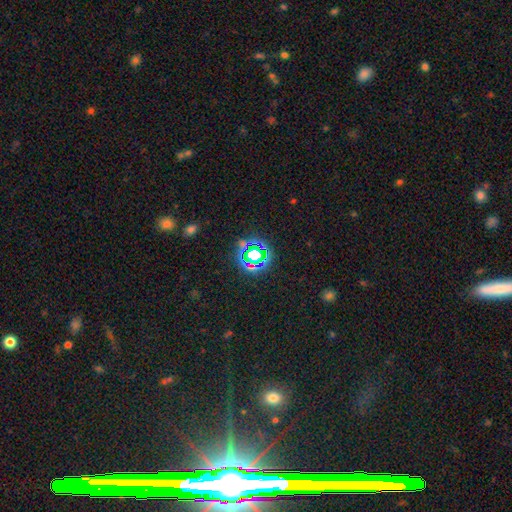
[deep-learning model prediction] This is likely a star or artifact rather than a galaxy (66%).